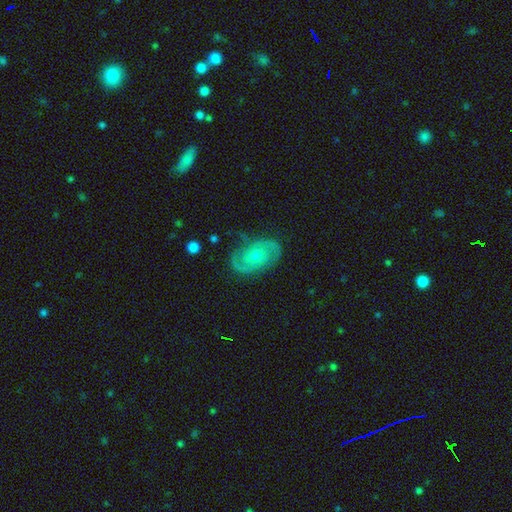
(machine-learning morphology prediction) Smooth or featured? Predicted: featured or disk (p=0.79). Edge-on disk? Predicted: no (p=0.96). Bar? Predicted: no (p=0.78). Spiral arms? Predicted: yes (p=0.90). Spiral winding? Predicted: tight (p=0.45). Spiral arm count? Predicted: 2 (p=0.74). Bulge size? Predicted: moderate (p=0.54). Merging? Predicted: none (p=0.74).